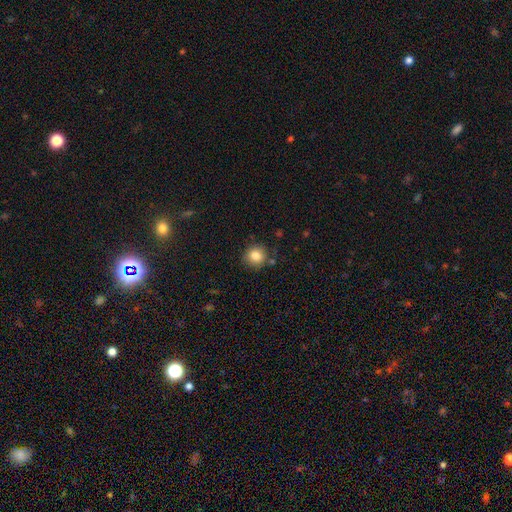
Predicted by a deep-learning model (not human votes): smooth_or_featured: smooth (p=0.83) [alt: star or artifact p=0.10]
how_rounded: round (p=0.91) [alt: in between p=0.08]
merging: none (p=0.84) [alt: minor disturbance p=0.10]